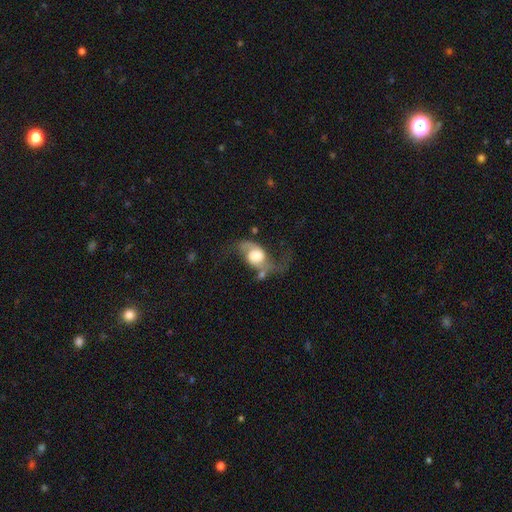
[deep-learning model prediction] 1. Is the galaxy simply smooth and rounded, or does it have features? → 74% featured or disk, 19% smooth, 7% star or artifact.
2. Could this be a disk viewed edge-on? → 96% no, 4% yes.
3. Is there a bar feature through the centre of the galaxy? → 63% no, 29% weak, 8% strong.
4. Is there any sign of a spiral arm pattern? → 92% yes, 8% no.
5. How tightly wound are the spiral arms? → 77% loose, 19% medium, 4% tight.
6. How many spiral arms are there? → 90% 2, 5% 1, 2% can't tell, 1% 3, 1% 4, 1% more than 4.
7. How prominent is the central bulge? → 46% large, 26% moderate, 18% dominant, 6% small, 4% none.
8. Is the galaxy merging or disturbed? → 44% none, 27% major disturbance, 20% minor disturbance, 10% merger.